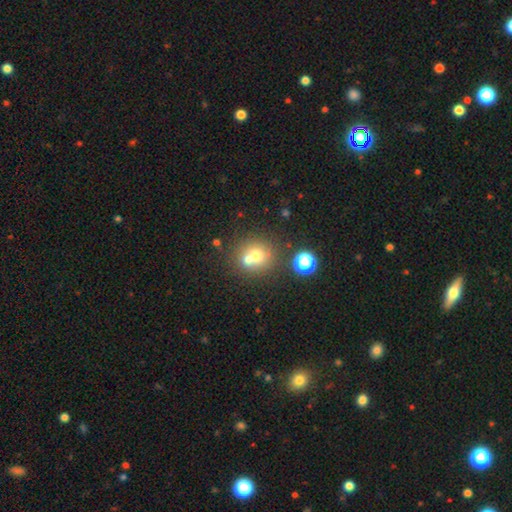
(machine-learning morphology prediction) Smooth or featured? smooth (66%)
How rounded? round (87%)
Merging? none (48%)